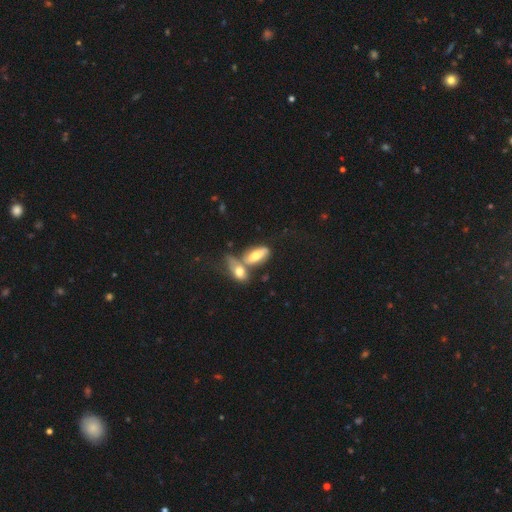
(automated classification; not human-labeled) smooth_or_featured: smooth (p=0.62) [alt: featured or disk p=0.30]
how_rounded: in between (p=0.81) [alt: cigar-shaped p=0.15]
merging: merger (p=0.56) [alt: none p=0.29]